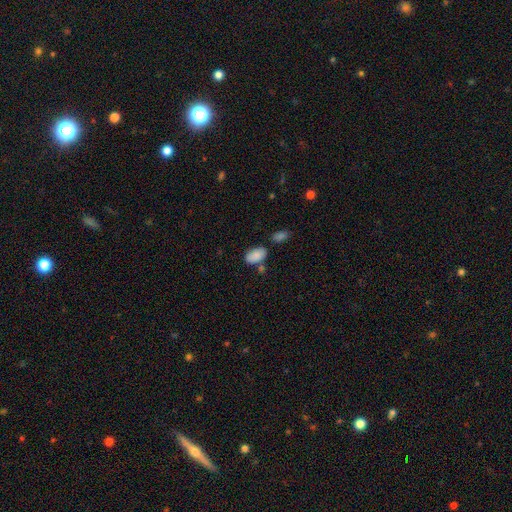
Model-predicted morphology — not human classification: smooth_or_featured: smooth (p=0.87) [alt: star or artifact p=0.07]
how_rounded: in between (p=0.94) [alt: round p=0.04]
merging: none (p=0.65) [alt: minor disturbance p=0.16]